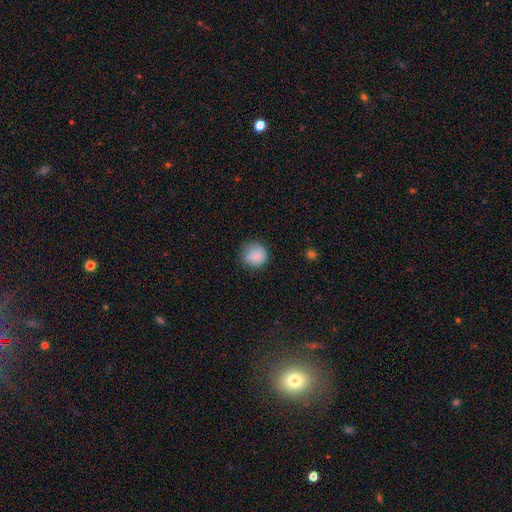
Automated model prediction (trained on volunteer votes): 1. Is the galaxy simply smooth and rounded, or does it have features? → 85% smooth, 9% star or artifact, 7% featured or disk.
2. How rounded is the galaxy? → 87% round, 12% in between, 1% cigar-shaped.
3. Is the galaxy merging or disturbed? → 72% none, 22% minor disturbance, 5% major disturbance, 1% merger.